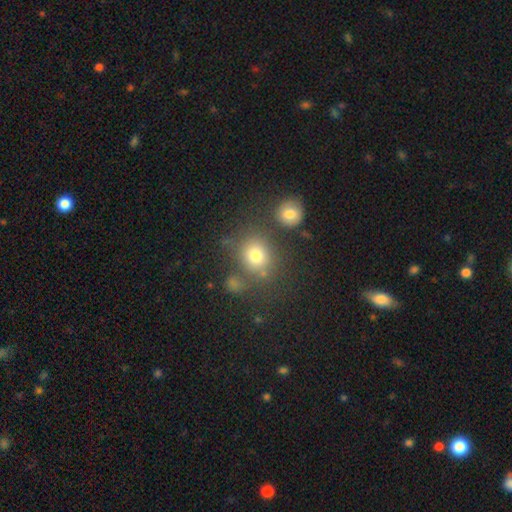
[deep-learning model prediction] Overall: smooth (76%). How rounded: round (75%). Merging: none (70%).